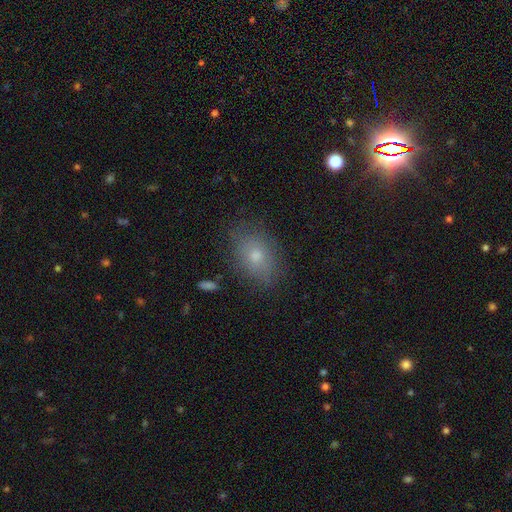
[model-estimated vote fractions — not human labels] This is likely a smooth galaxy (72%). How rounded: likely in between (75%). Merging: clearly none (81%).